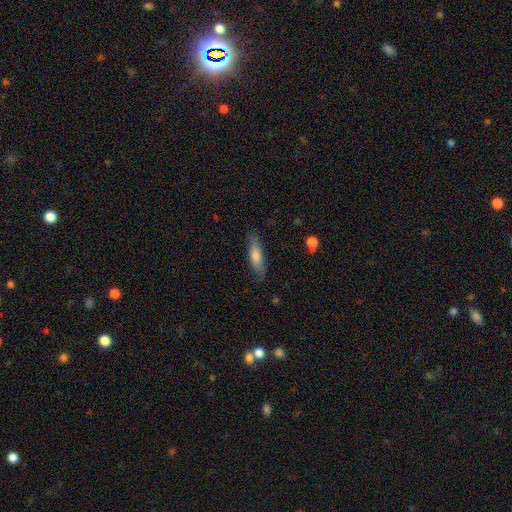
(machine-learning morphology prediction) Overall: smooth (70%). How rounded: cigar-shaped (62%; in between 37%). Merging: none (81%).